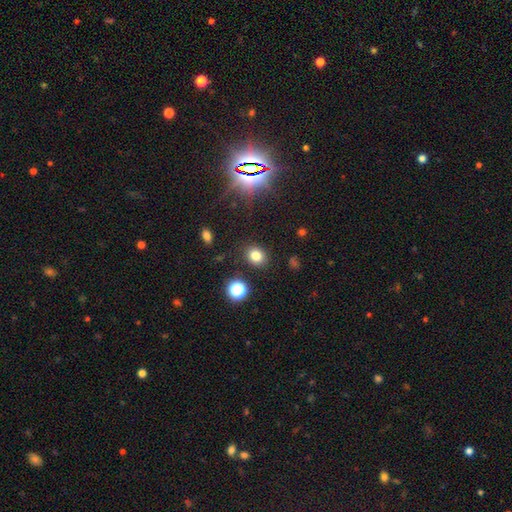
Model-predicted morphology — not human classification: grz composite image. It shows a smooth galaxy with no disk features (78%) that is round (60%). Merging: none (87%).